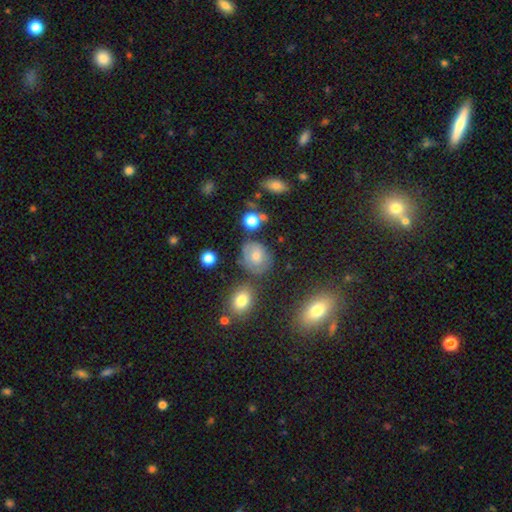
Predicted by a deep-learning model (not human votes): smooth_or_featured: smooth (p=0.57) [alt: featured or disk p=0.30]
how_rounded: round (p=0.58) [alt: in between p=0.41]
merging: none (p=0.66) [alt: minor disturbance p=0.21]